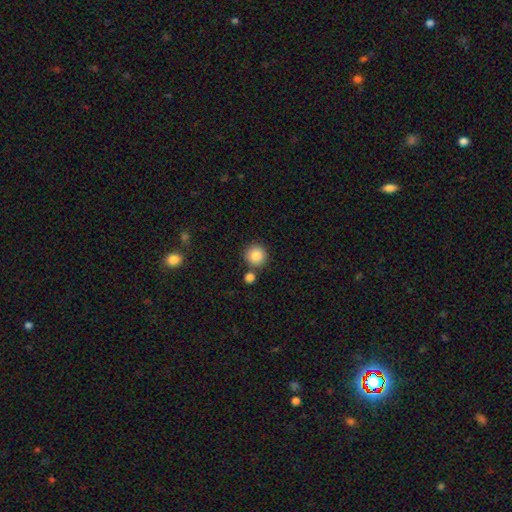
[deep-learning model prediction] The model was most divided on "merging": none: 76%, merger: 14%, minor disturbance: 8%, major disturbance: 3%. More confident: how rounded — round (94%); smooth or featured — smooth (86%).